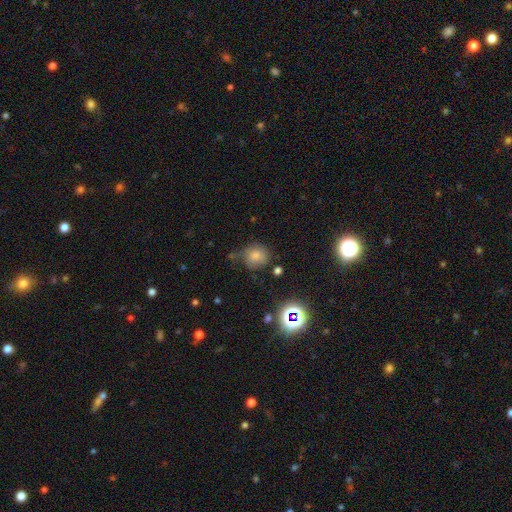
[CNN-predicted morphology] This is likely a smooth galaxy (75%). How rounded: clearly round (81%). Merging: likely none (63%).